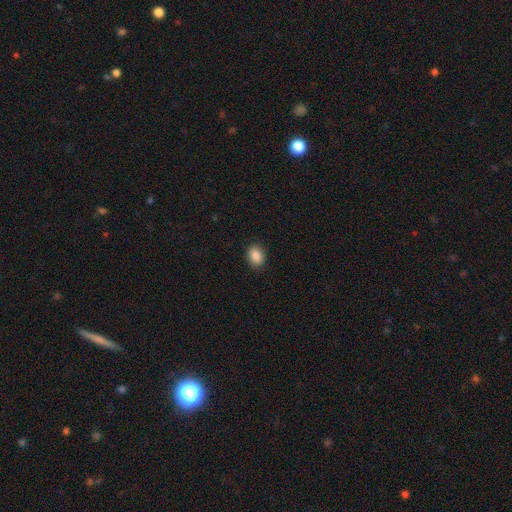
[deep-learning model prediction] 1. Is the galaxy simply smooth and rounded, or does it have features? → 87% smooth, 8% star or artifact, 5% featured or disk.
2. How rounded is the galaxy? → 65% in between, 34% round, 1% cigar-shaped.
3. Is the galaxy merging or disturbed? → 88% none, 9% minor disturbance, 2% major disturbance, 1% merger.